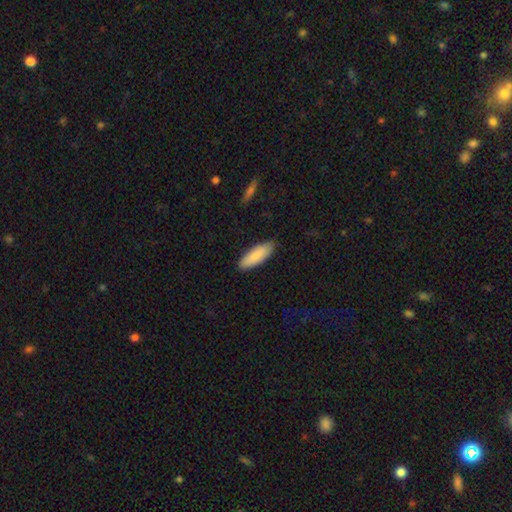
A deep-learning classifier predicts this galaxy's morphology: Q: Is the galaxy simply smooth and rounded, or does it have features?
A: smooth — 87%.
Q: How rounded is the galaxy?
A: in between — 65%.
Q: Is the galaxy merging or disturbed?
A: none — 87%.